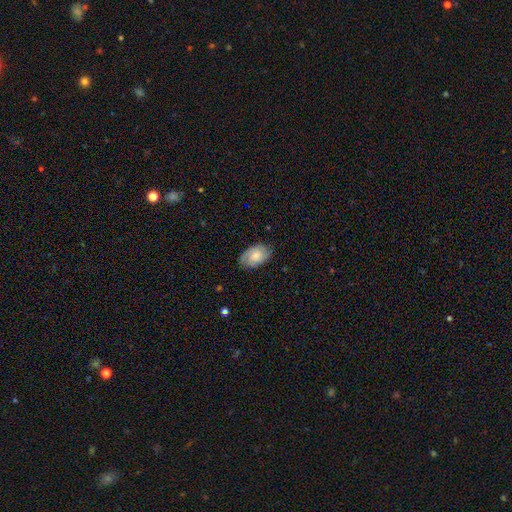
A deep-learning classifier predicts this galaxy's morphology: A featured or disk galaxy (54%) with no bar (72%), spiral arms (90%) and a small central bulge (45%). Merging: none (77%).